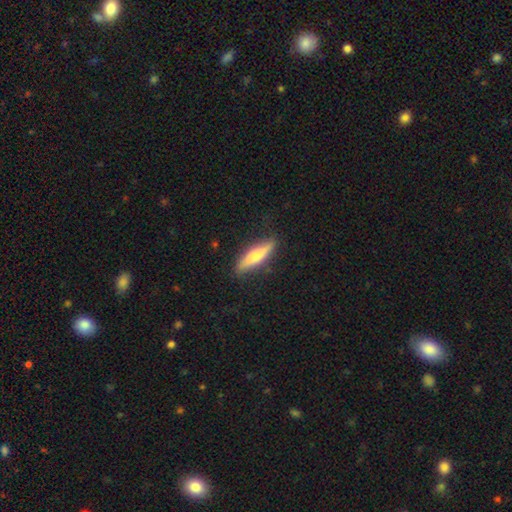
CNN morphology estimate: This is possibly a smooth galaxy (58%). How rounded: likely cigar-shaped (77%). Merging: clearly none (85%).